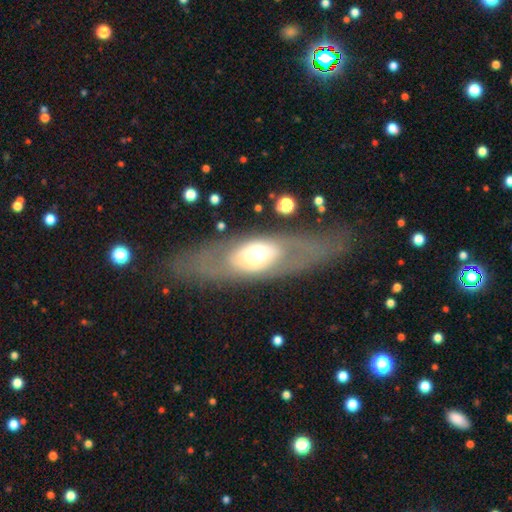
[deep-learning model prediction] Smooth or featured?
  - featured or disk: 55% *
  - smooth: 38%
  - star or artifact: 8%
Edge-on disk?
  - no: 75% *
  - yes: 25%
Merging?
  - none: 72% *
  - minor disturbance: 13%
  - major disturbance: 12%
  - merger: 2%